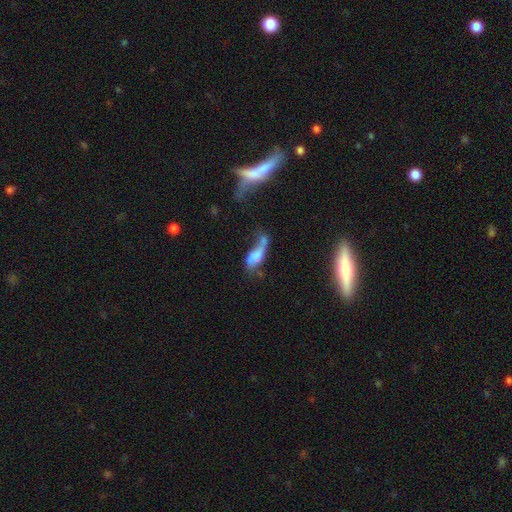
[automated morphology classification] Q: Smooth or featured?
A: smooth (59%); runner-up: featured or disk (30%)
Q: How rounded?
A: in between (73%); runner-up: cigar-shaped (23%)
Q: Merging?
A: merger (38%); runner-up: major disturbance (26%)